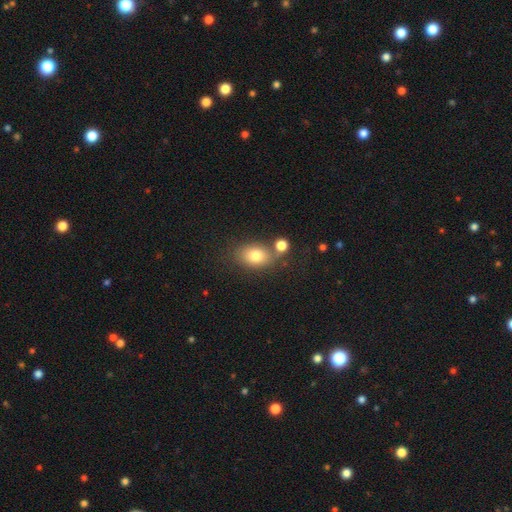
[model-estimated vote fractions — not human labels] A smooth galaxy with no disk features (78%) that is in between round and cigar-shaped (71%). Merging: none (55%).